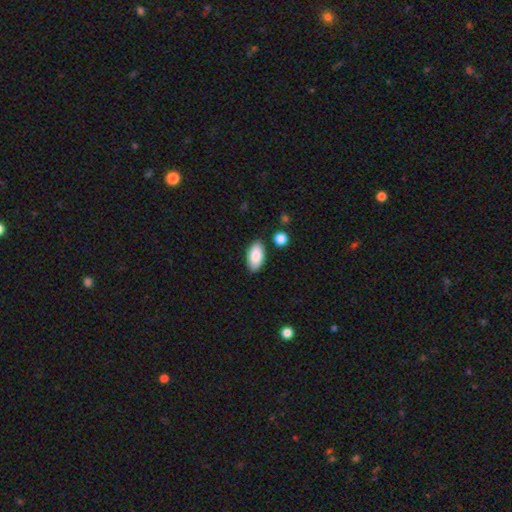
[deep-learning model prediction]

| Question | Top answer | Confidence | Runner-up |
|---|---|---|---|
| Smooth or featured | smooth | 86% | featured or disk (8%) |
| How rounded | in between | 94% | cigar-shaped (4%) |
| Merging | none | 85% | minor disturbance (10%) |